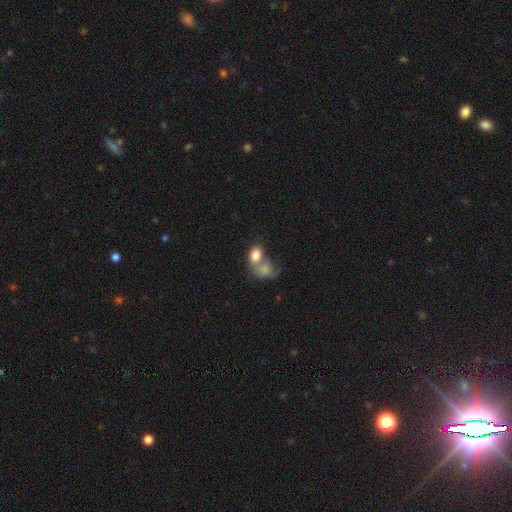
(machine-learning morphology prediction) Q: Smooth or featured?
A: smooth (78%); runner-up: featured or disk (14%)
Q: How rounded?
A: in between (73%); runner-up: round (25%)
Q: Merging?
A: merger (64%); runner-up: none (20%)